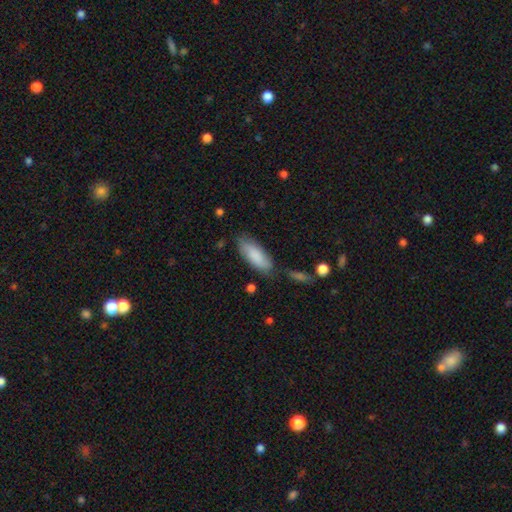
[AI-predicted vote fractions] Morphology: type=smooth (84%); roundness=in between (73%); merging=none (73%).